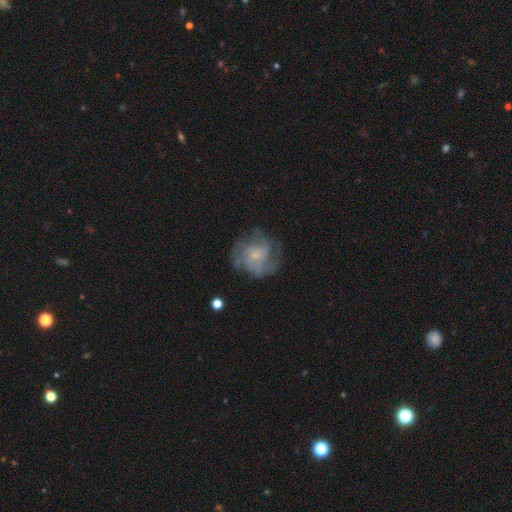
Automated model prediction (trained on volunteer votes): A featured or disk galaxy (61%) with no bar (72%), spiral arms (75%) and a small central bulge (60%). Merging: none (63%).